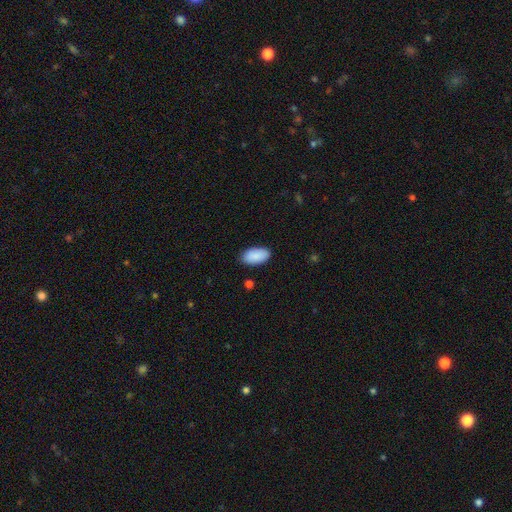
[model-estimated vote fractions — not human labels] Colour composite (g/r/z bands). It shows a smooth galaxy with no disk features (90%) that is in between round and cigar-shaped (95%). Merging: none (86%).